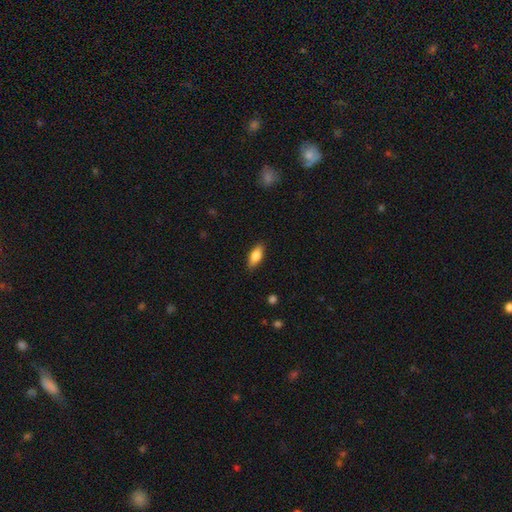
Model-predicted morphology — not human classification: This appears to be a smooth galaxy with no disk features (79%) that is in between round and cigar-shaped (79%). Merging: none (87%).